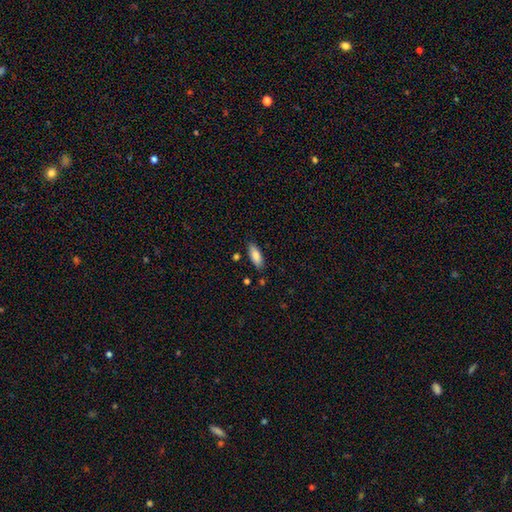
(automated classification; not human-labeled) The model was most divided on "how rounded": in between: 77%, cigar-shaped: 22%, round: 2%. More confident: smooth or featured — smooth (84%); merging — none (82%).